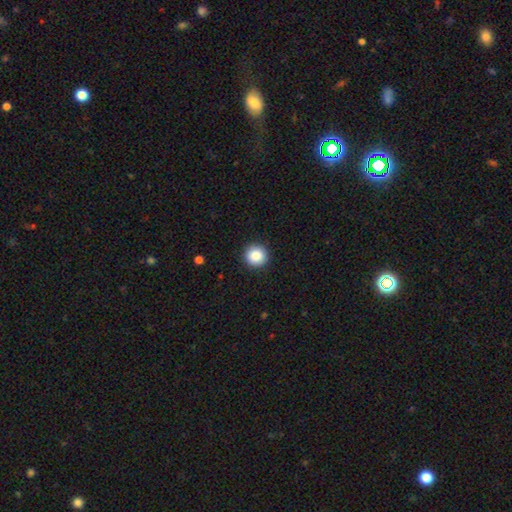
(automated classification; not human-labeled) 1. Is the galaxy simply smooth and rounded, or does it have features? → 86% smooth, 9% star or artifact, 5% featured or disk.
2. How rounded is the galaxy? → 95% round, 4% in between, 1% cigar-shaped.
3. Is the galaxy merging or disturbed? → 92% none, 5% minor disturbance, 2% major disturbance, 1% merger.